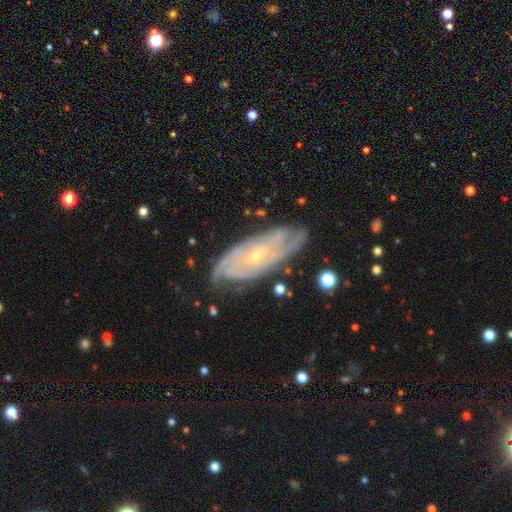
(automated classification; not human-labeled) Q: Smooth or featured?
A: featured or disk (84%); runner-up: smooth (9%)
Q: Edge-on disk?
A: no (91%); runner-up: yes (9%)
Q: Bar?
A: no (68%); runner-up: weak (25%)
Q: Spiral arms?
A: yes (96%); runner-up: no (4%)
Q: Spiral winding?
A: tight (73%); runner-up: medium (22%)
Q: Spiral arm count?
A: can't tell (35%); runner-up: 2 (19%)
Q: Bulge size?
A: small (79%); runner-up: moderate (18%)
Q: Merging?
A: none (76%); runner-up: minor disturbance (18%)